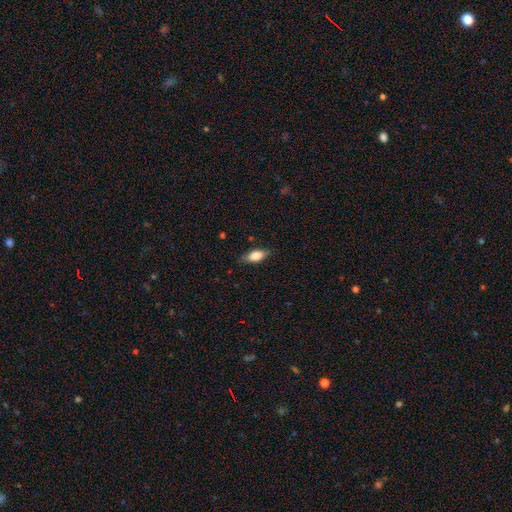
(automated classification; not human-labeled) smooth-or-featured: smooth: 78% | featured or disk: 15% | star or artifact: 7%
  how-rounded: in between: 81% | cigar-shaped: 15% | round: 4%
  merging: none: 80% | minor disturbance: 16% | major disturbance: 3% | merger: 1%